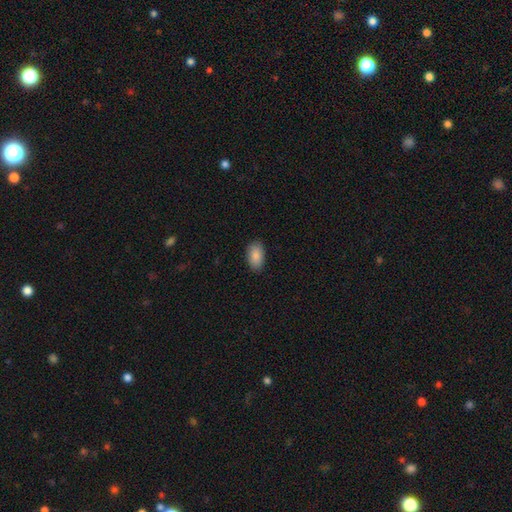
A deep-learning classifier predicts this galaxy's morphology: A smooth galaxy with no disk features (88%) that is in between round and cigar-shaped (93%).

Vote fractions:
- Smooth or featured? smooth: 88% / star or artifact: 7% / featured or disk: 5%
- How rounded? in between: 93% / round: 5% / cigar-shaped: 2%
- Merging? none: 88% / minor disturbance: 9% / major disturbance: 2% / merger: 1%